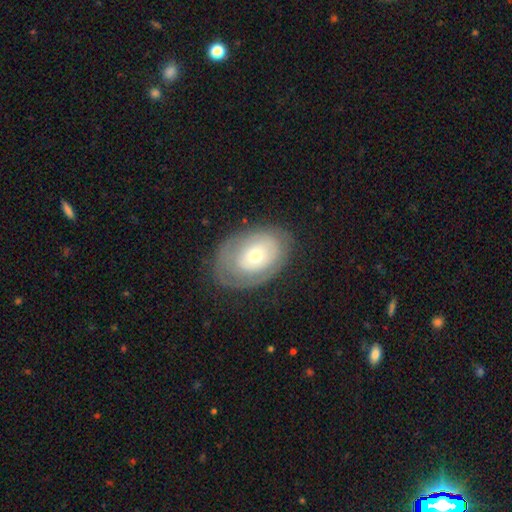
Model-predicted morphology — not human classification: Smooth or featured? featured or disk (52%)
Edge-on disk? no (92%)
Merging? none (72%)